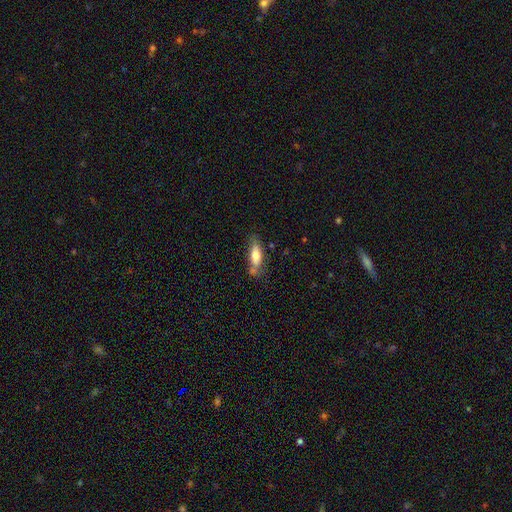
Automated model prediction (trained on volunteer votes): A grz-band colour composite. It shows a smooth galaxy with no disk features (67%) that is in between round and cigar-shaped (58%). Merging: none (62%).